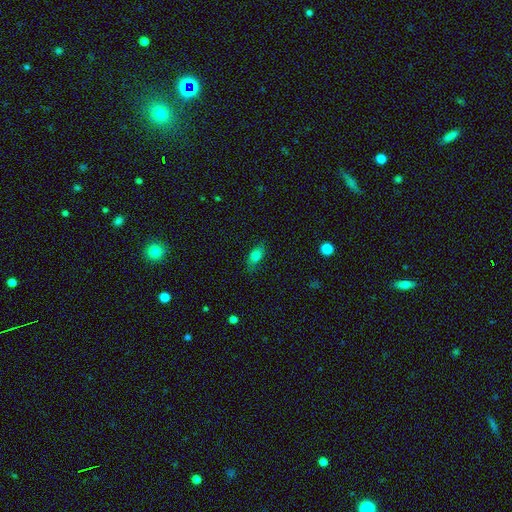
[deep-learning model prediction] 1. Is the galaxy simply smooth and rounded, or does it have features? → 77% smooth, 12% featured or disk, 11% star or artifact.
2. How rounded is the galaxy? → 82% in between, 12% cigar-shaped, 6% round.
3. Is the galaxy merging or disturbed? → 73% none, 20% minor disturbance, 6% major disturbance, 1% merger.